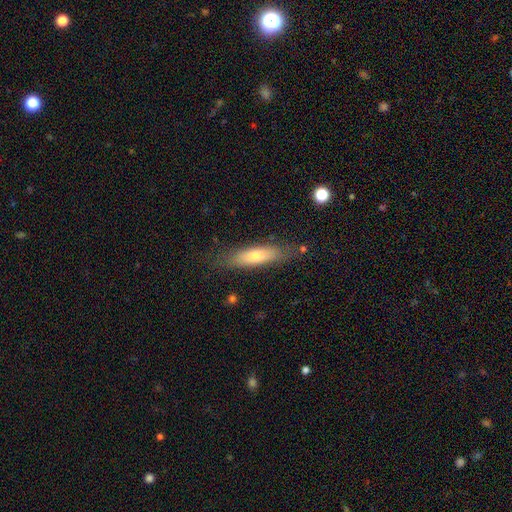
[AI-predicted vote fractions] Overall: smooth (65%; featured or disk 28%). How rounded: cigar-shaped (64%; in between 34%). Merging: none (78%).